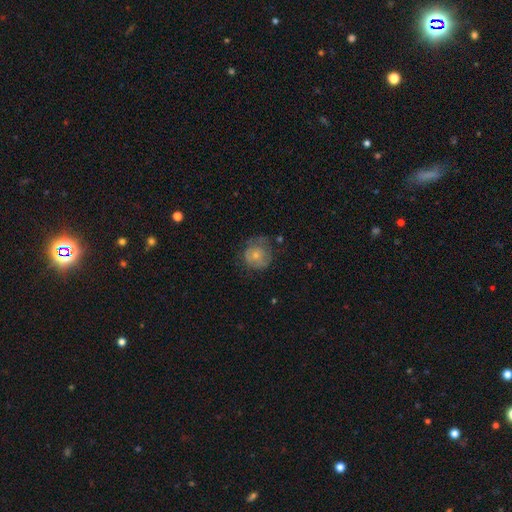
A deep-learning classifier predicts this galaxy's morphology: smooth 57%, featured or disk 36%, star or artifact 8%. Down the decision tree: how rounded — round (84%); merging — none (51%).